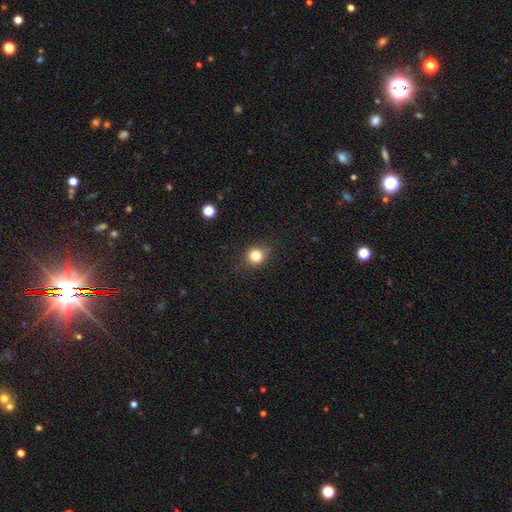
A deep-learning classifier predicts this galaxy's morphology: Q: Smooth or featured?
A: smooth (80%); runner-up: star or artifact (13%)
Q: How rounded?
A: round (83%); runner-up: in between (16%)
Q: Merging?
A: none (83%); runner-up: minor disturbance (13%)